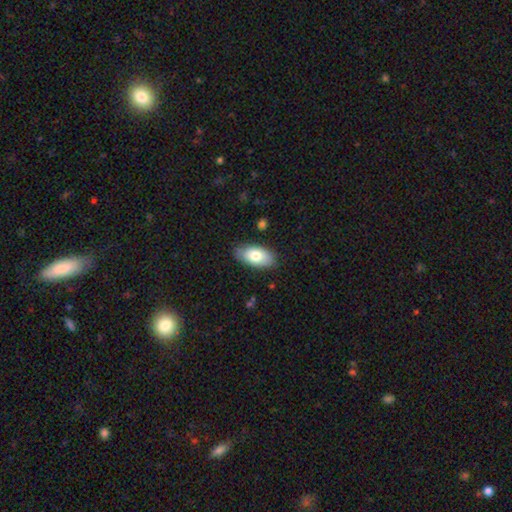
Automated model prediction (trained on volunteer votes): smooth-or-featured: smooth: 75% | featured or disk: 18% | star or artifact: 6%
  how-rounded: in between: 94% | cigar-shaped: 3% | round: 3%
  merging: none: 82% | minor disturbance: 14% | major disturbance: 3% | merger: 1%